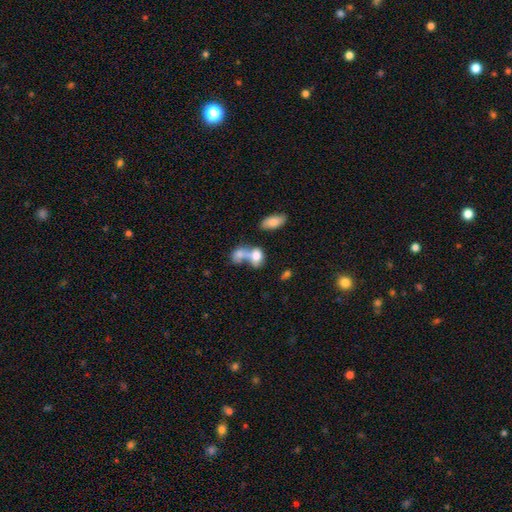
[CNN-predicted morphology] Smooth or featured: smooth — 74% (featured or disk — 17%)
How rounded: in between — 77% (round — 20%)
Merging: merger — 64% (none — 20%)